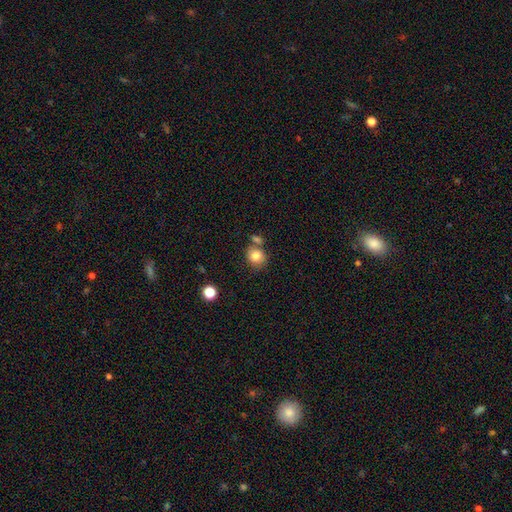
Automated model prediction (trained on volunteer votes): smooth_or_featured: smooth (p=0.82) [alt: star or artifact p=0.10]
how_rounded: round (p=0.79) [alt: in between p=0.20]
merging: none (p=0.62) [alt: merger p=0.22]